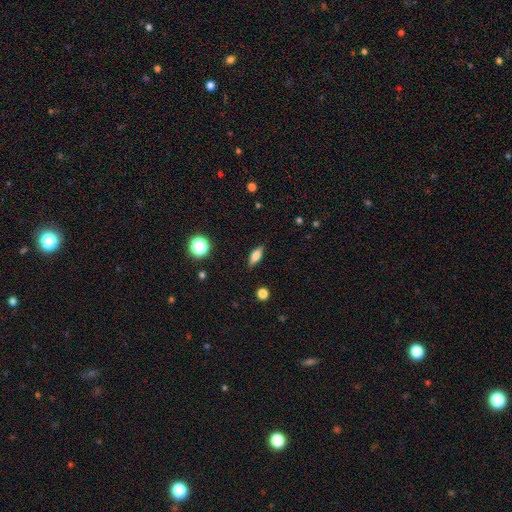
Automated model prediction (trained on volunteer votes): The model was most divided on "how rounded": in between: 69%, cigar-shaped: 25%, round: 6%. More confident: merging — none (85%); smooth or featured — smooth (69%).